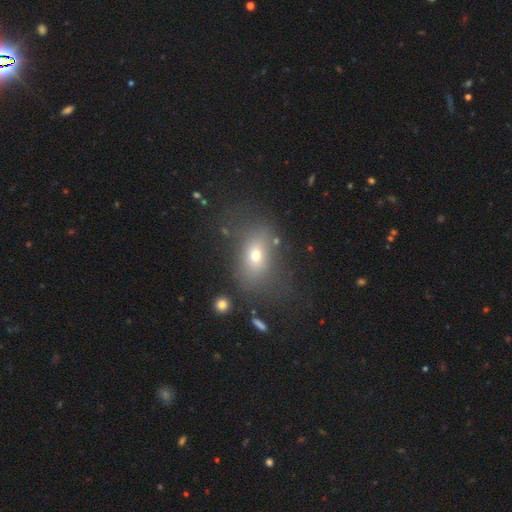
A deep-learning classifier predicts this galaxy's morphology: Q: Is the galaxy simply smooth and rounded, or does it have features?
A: smooth — 64%.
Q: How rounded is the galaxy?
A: in between — 72%.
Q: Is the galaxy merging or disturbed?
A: none — 61%.